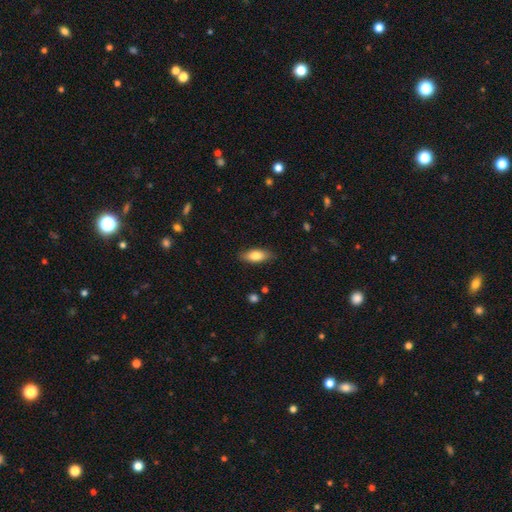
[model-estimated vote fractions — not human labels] Smooth or featured?
  - smooth: 80% *
  - featured or disk: 14%
  - star or artifact: 6%
How rounded?
  - in between: 80% *
  - cigar-shaped: 18%
  - round: 3%
Merging?
  - none: 86% *
  - minor disturbance: 11%
  - major disturbance: 2%
  - merger: 1%